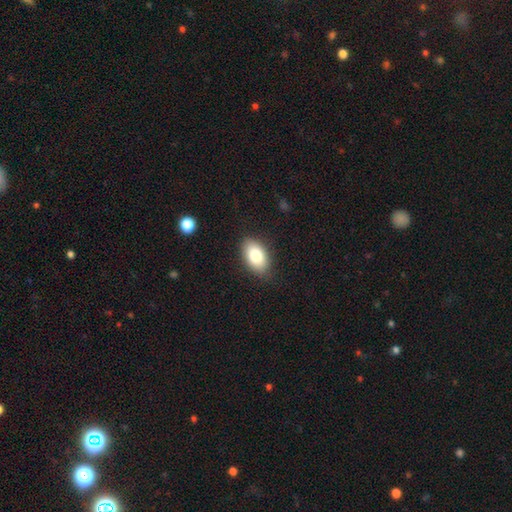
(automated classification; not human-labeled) This is clearly a smooth galaxy (81%). How rounded: clearly in between (91%). Merging: clearly none (85%).